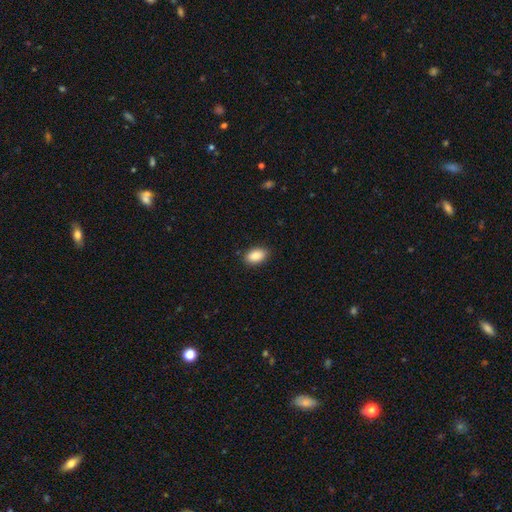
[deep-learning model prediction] smooth_or_featured: smooth (p=0.89) [alt: star or artifact p=0.07]
how_rounded: in between (p=0.92) [alt: round p=0.07]
merging: none (p=0.88) [alt: minor disturbance p=0.09]